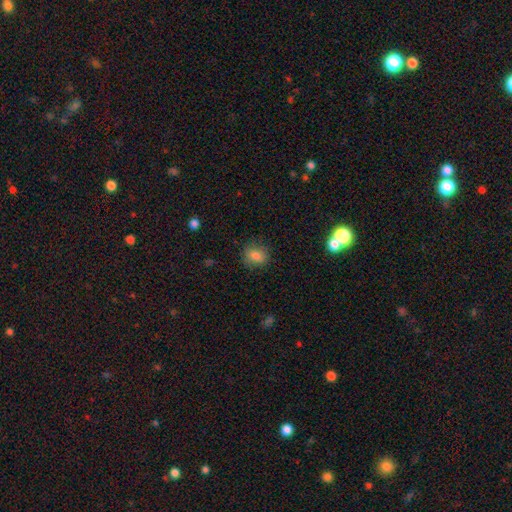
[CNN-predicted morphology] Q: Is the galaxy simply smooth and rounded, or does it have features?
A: smooth — 83%.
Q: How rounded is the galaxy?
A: round — 61%.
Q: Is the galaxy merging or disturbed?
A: none — 83%.